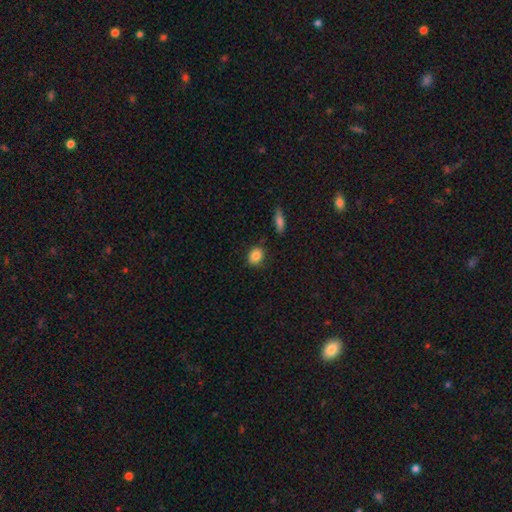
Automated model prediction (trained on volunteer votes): The model was most divided on "how rounded": round: 50%, in between: 48%, cigar-shaped: 2%. More confident: smooth or featured — smooth (86%); merging — none (83%).